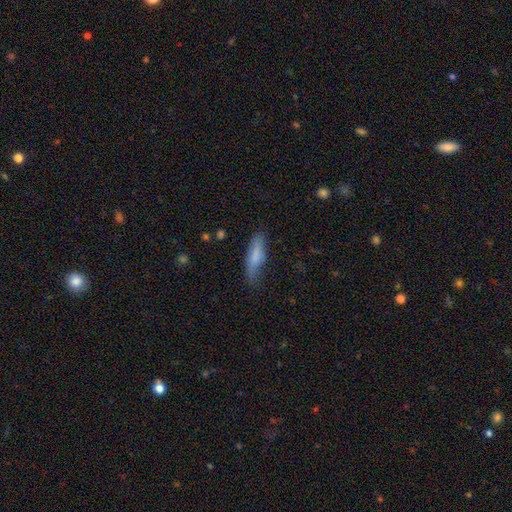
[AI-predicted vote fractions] Smooth or featured? Predicted: smooth (p=0.72). How rounded? Predicted: cigar-shaped (p=0.62). Merging? Predicted: none (p=0.64).